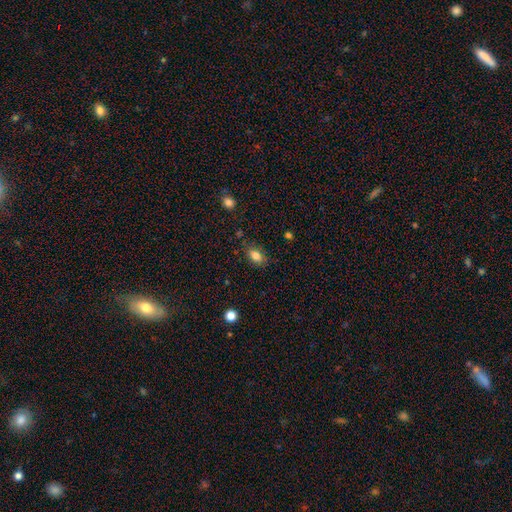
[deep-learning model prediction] Smooth or featured? smooth (82%)
How rounded? in between (85%)
Merging? none (81%)